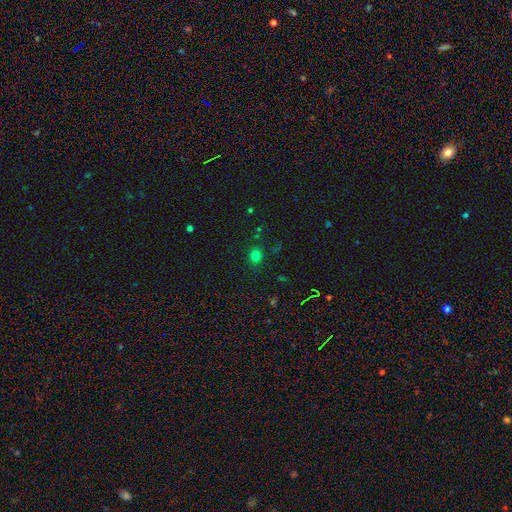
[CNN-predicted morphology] smooth 74%, star or artifact 20%, featured or disk 6%. Down the decision tree: how rounded — round (77%); merging — none (83%).